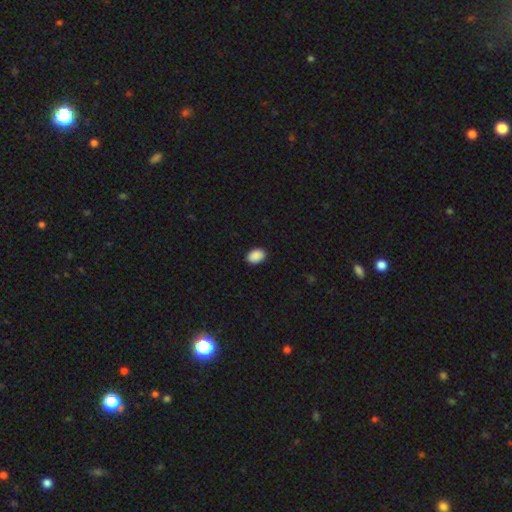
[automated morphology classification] The model was most divided on "how rounded": in between: 83%, round: 16%, cigar-shaped: 1%. More confident: smooth or featured — smooth (90%); merging — none (90%).